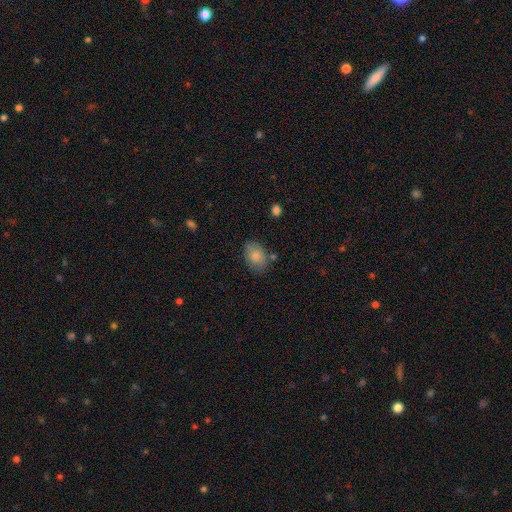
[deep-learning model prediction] smooth 83%, featured or disk 9%, star or artifact 7%. Down the decision tree: how rounded — in between (81%); merging — none (73%).